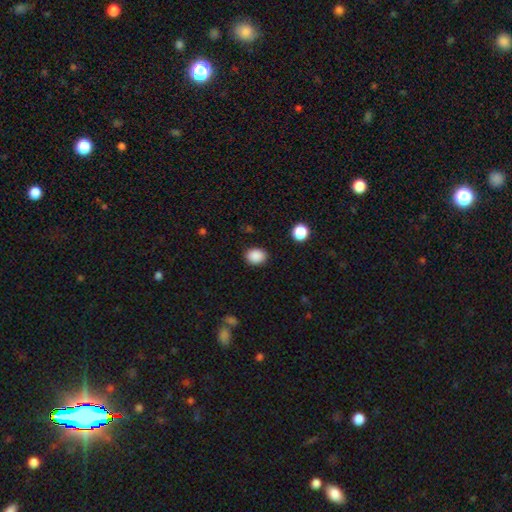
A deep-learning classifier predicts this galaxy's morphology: smooth 88%, star or artifact 9%, featured or disk 3%. Down the decision tree: how rounded — in between (55%); merging — none (87%).